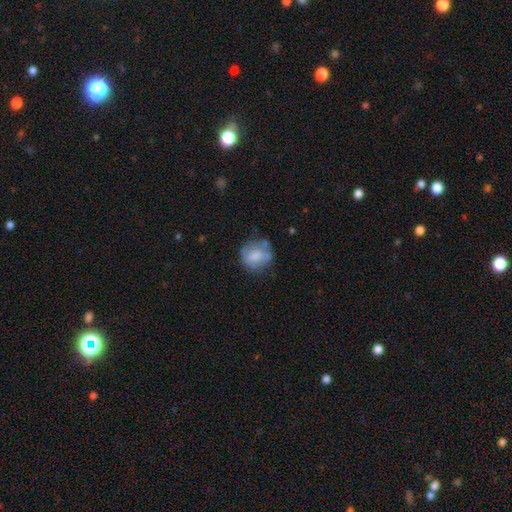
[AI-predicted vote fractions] Smooth or featured? smooth (65%)
How rounded? round (76%)
Merging? none (57%)